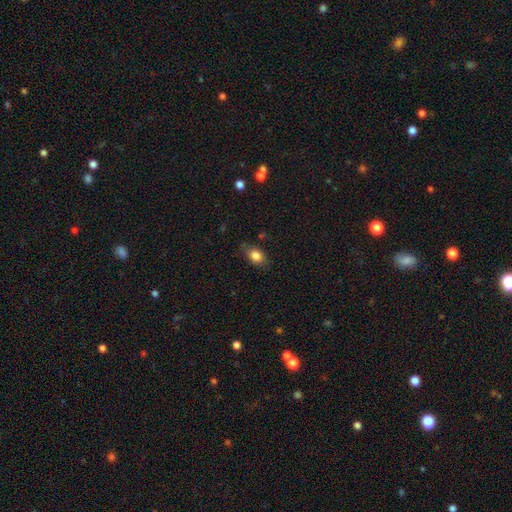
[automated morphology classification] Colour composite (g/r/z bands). It shows a smooth galaxy with no disk features (83%) that is in between round and cigar-shaped (79%). Merging: none (76%).